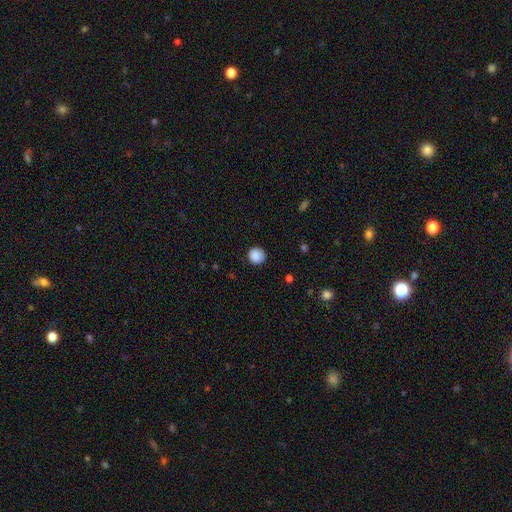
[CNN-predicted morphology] Overall: smooth (88%). How rounded: round (94%). Merging: none (89%).